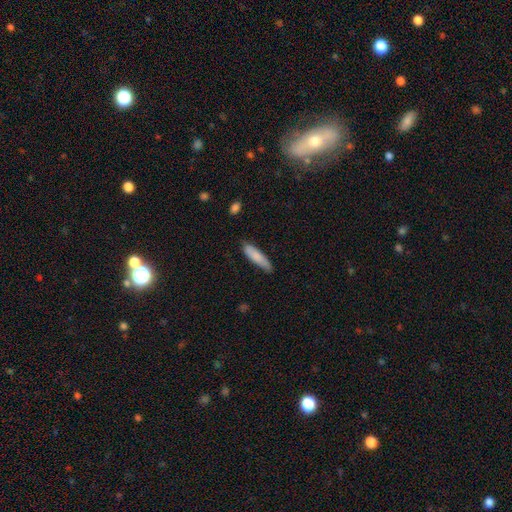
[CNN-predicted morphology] The model was most divided on "how rounded": cigar-shaped: 68%, in between: 30%, round: 1%. More confident: smooth or featured — smooth (82%); merging — none (72%).